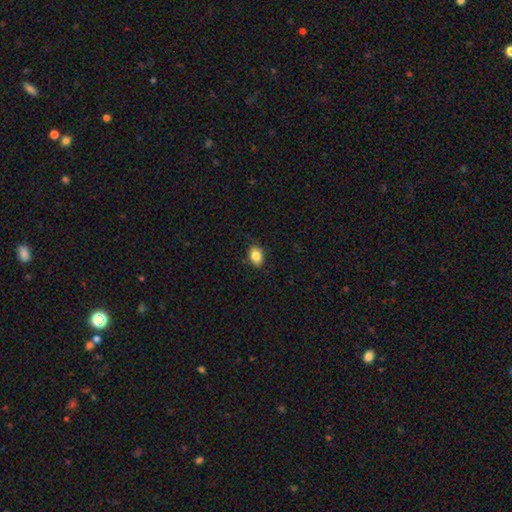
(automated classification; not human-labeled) smooth-or-featured: smooth: 84% | star or artifact: 9% | featured or disk: 7%
  how-rounded: in between: 77% | round: 22% | cigar-shaped: 1%
  merging: none: 86% | minor disturbance: 11% | major disturbance: 2% | merger: 1%